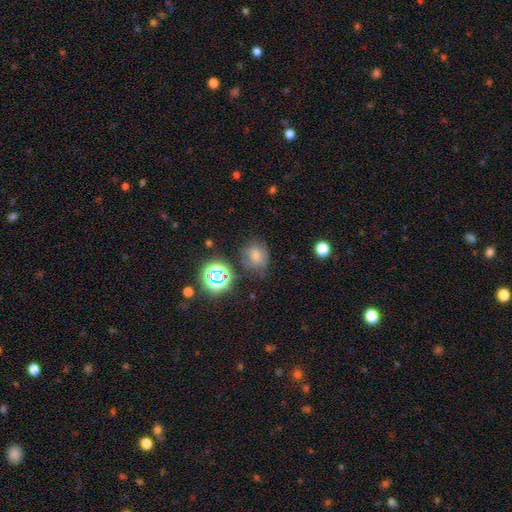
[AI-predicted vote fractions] The model was most divided on "smooth or featured": smooth: 46%, star or artifact: 37%, featured or disk: 17%. More confident: merging — none (74%).